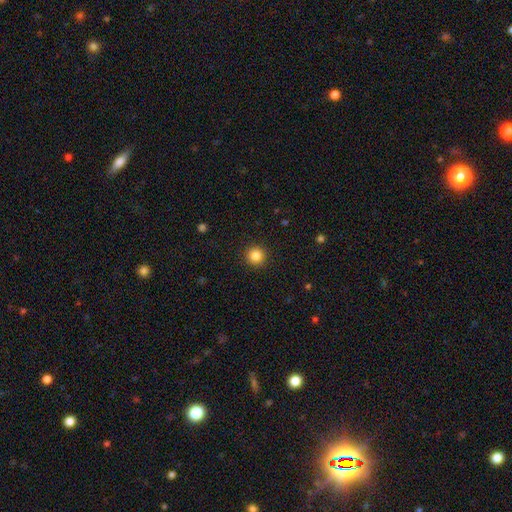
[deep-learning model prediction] This is clearly a smooth galaxy (84%). How rounded: clearly round (95%). Merging: clearly none (92%).